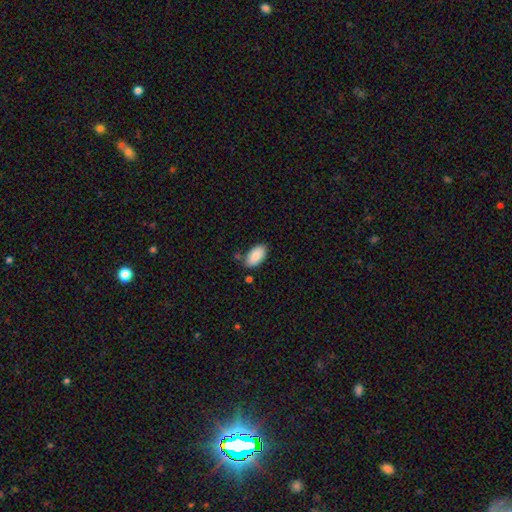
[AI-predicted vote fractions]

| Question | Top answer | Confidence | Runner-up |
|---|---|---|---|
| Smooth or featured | smooth | 89% | star or artifact (6%) |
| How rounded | in between | 95% | cigar-shaped (3%) |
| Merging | none | 76% | minor disturbance (16%) |